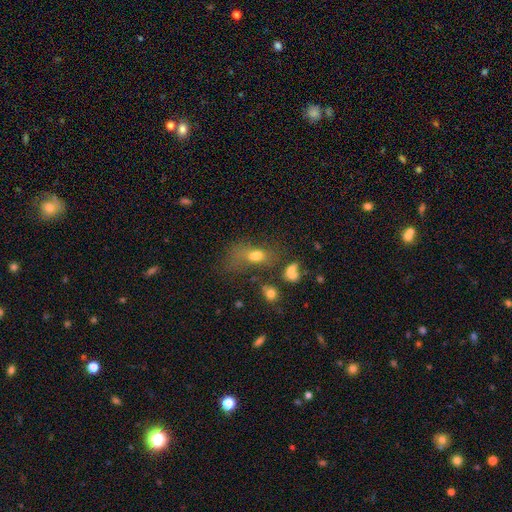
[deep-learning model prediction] smooth_or_featured: smooth (p=0.59) [alt: featured or disk p=0.22]
how_rounded: in between (p=0.73) [alt: round p=0.19]
merging: major disturbance (p=0.33) [alt: none p=0.28]